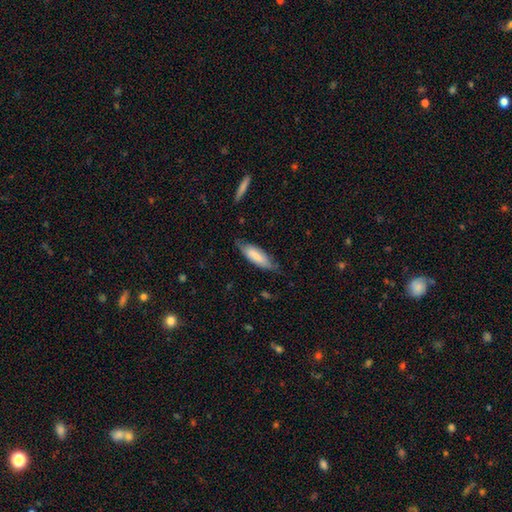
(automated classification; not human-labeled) A smooth galaxy with no disk features (71%) that is in between round and cigar-shaped (58%). Merging: none (65%).